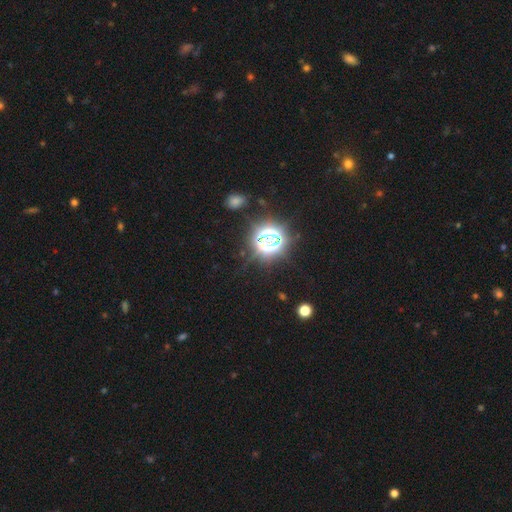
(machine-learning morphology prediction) This appears to be a star or artifact, not a galaxy (83%).